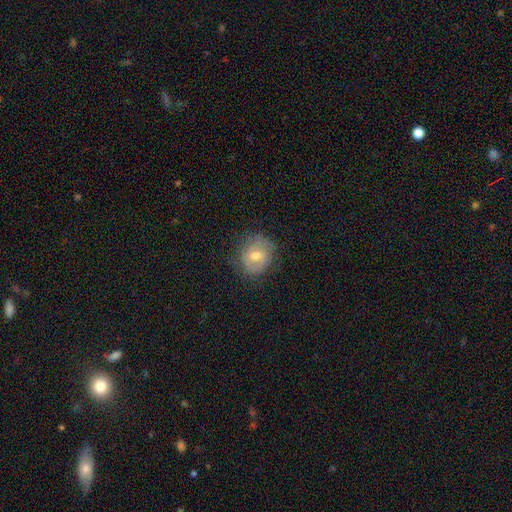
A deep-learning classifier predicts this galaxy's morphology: A smooth galaxy with no disk features (46%).

Vote fractions:
- Smooth or featured? smooth: 46% / featured or disk: 45% / star or artifact: 9%
- Merging? none: 72% / minor disturbance: 20% / major disturbance: 7% / merger: 1%